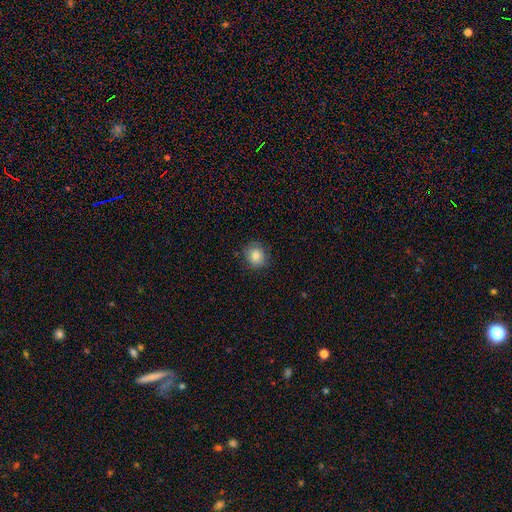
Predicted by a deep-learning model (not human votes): Overall: smooth (82%). How rounded: round (76%). Merging: none (81%).